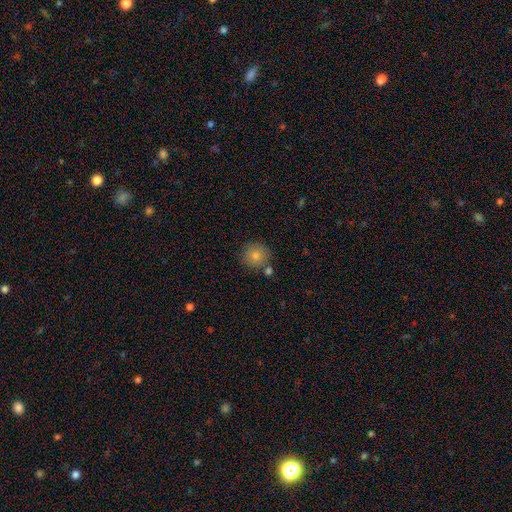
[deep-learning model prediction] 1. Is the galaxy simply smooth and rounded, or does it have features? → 82% smooth, 10% star or artifact, 8% featured or disk.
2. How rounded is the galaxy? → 92% round, 7% in between, 1% cigar-shaped.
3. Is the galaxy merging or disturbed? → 77% none, 11% merger, 10% minor disturbance, 3% major disturbance.